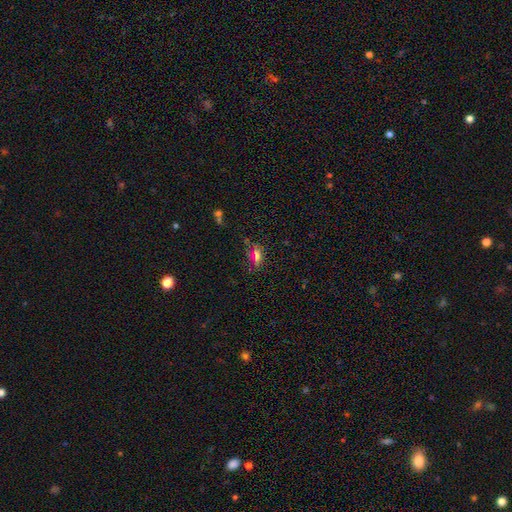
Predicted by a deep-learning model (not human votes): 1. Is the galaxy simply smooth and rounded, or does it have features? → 53% smooth, 31% star or artifact, 16% featured or disk.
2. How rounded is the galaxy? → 69% in between, 18% cigar-shaped, 14% round.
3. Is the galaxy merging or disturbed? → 71% none, 17% minor disturbance, 8% major disturbance, 4% merger.